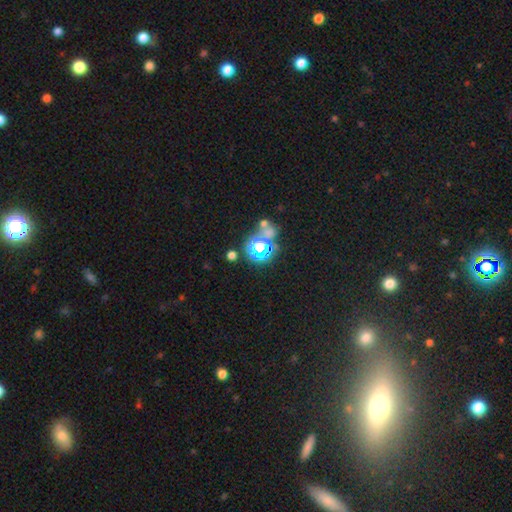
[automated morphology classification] star or artifact 57%, smooth 33%, featured or disk 11%.